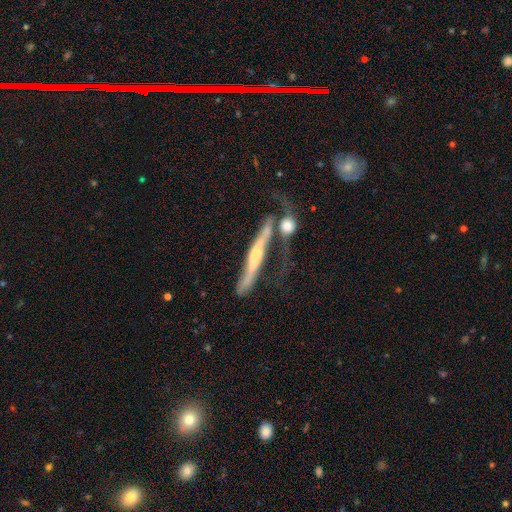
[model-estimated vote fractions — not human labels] Morphology: type=featured or disk (72%); edge-on=yes (76%); edge-on bulge=rounded (57%); merging=merger (43%).